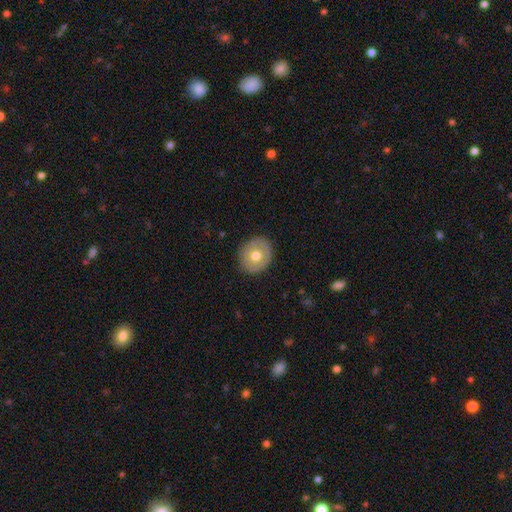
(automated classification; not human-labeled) smooth-or-featured: smooth: 65% | featured or disk: 28% | star or artifact: 7%
  how-rounded: round: 72% | in between: 27% | cigar-shaped: 1%
  merging: none: 86% | minor disturbance: 10% | major disturbance: 3% | merger: 1%